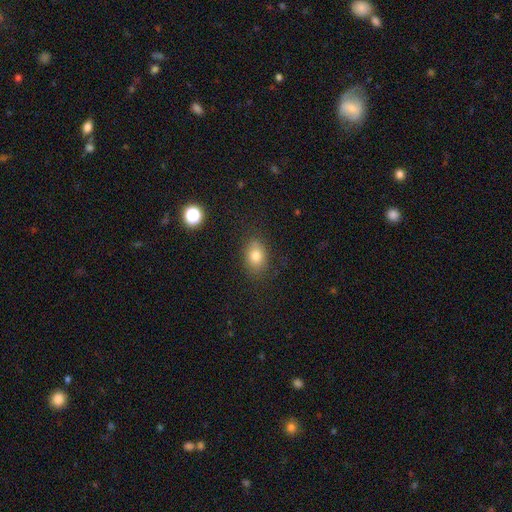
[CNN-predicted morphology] This is likely a smooth galaxy (78%). How rounded: likely in between (72%). Merging: likely none (80%).